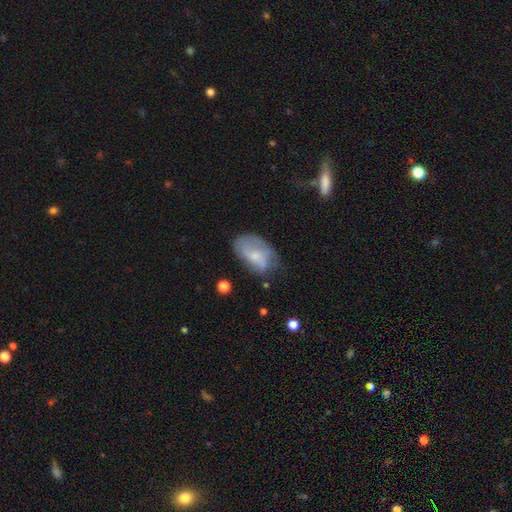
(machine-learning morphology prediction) smooth-or-featured: smooth: 50% | featured or disk: 42% | star or artifact: 8%
  how-rounded: in between: 90% | round: 8% | cigar-shaped: 2%
  merging: none: 49% | minor disturbance: 31% | major disturbance: 15% | merger: 4%